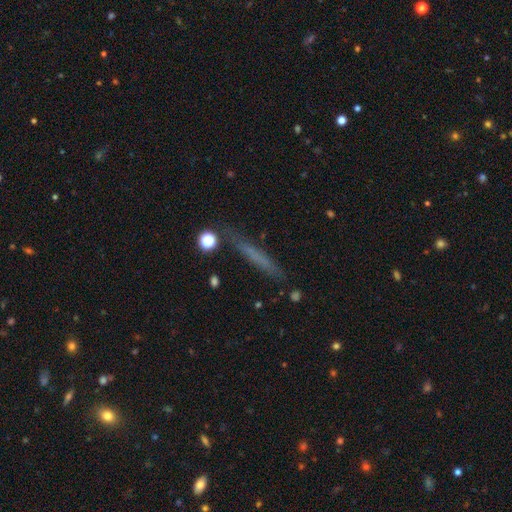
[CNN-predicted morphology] smooth-or-featured: smooth: 55% | featured or disk: 33% | star or artifact: 12%
  how-rounded: cigar-shaped: 92% | in between: 4% | round: 3%
  merging: none: 80% | minor disturbance: 13% | major disturbance: 4% | merger: 3%